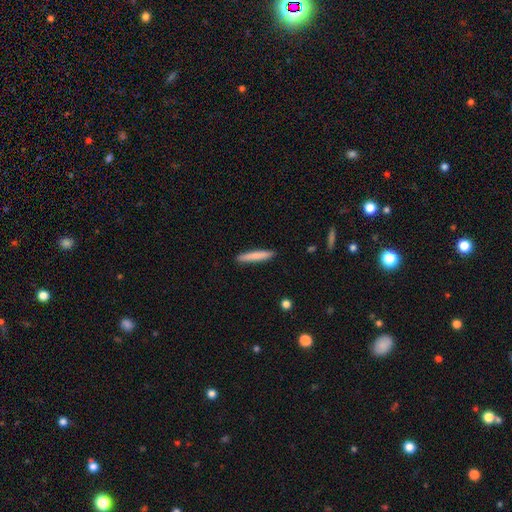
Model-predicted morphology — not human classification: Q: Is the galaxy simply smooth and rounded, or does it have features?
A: smooth — 80%.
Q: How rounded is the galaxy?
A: cigar-shaped — 93%.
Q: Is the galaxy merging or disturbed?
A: none — 90%.